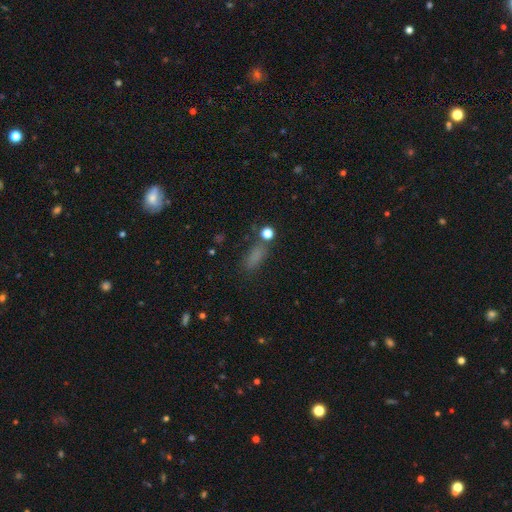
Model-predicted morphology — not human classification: The model was most divided on "how rounded": in between: 67%, cigar-shaped: 22%, round: 11%. More confident: smooth or featured — smooth (71%); merging — none (67%).